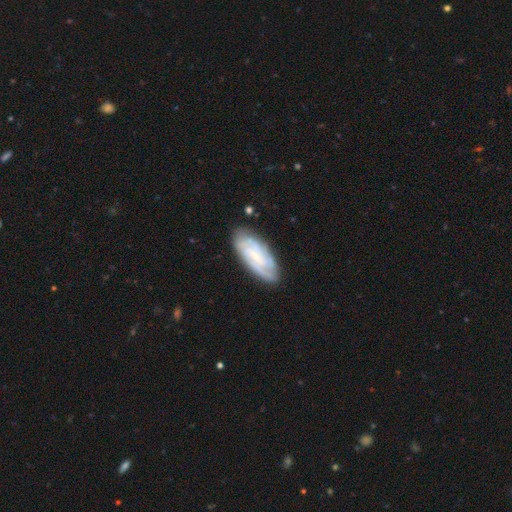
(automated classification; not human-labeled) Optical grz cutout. It shows a featured or disk galaxy (64%) with no bar (45%), spiral arms (86%) and a small central bulge (60%). Merging: none (79%).